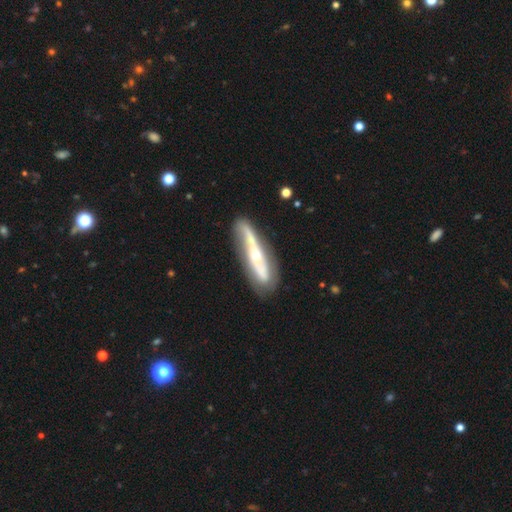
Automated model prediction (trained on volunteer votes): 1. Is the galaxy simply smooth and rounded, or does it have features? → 71% featured or disk, 22% smooth, 7% star or artifact.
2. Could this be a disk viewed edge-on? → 62% yes, 38% no.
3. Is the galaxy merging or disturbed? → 66% none, 19% minor disturbance, 8% merger, 8% major disturbance.